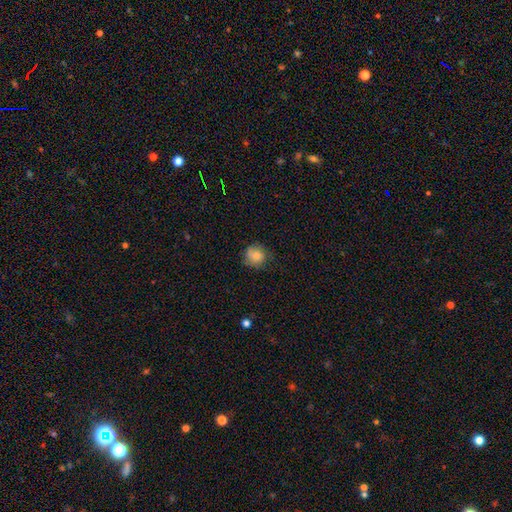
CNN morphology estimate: The model was most divided on "merging": none: 71%, minor disturbance: 22%, major disturbance: 6%, merger: 1%. More confident: how rounded — round (85%); smooth or featured — smooth (79%).